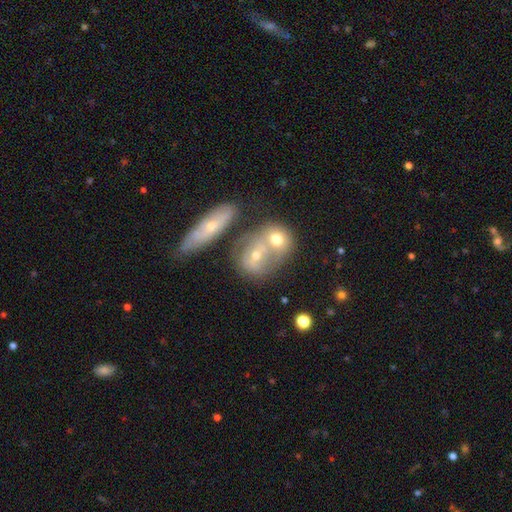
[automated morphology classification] Overall: smooth (50%; featured or disk 40%). How rounded: round (56%; in between 41%). Merging: merger (59%; none 26%).